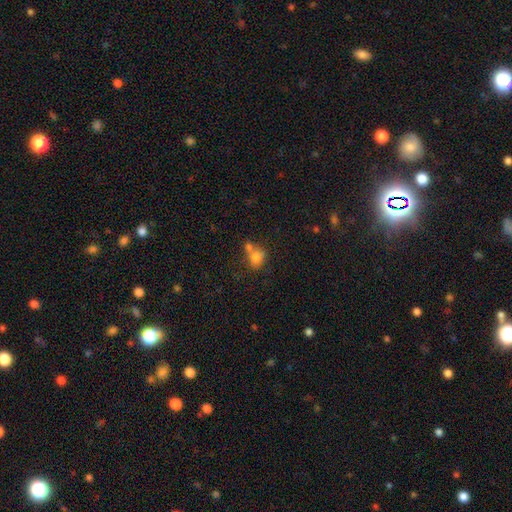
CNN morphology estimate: smooth-or-featured: smooth: 75% | star or artifact: 13% | featured or disk: 12%
  how-rounded: round: 56% | in between: 43% | cigar-shaped: 1%
  merging: merger: 44% | none: 39% | minor disturbance: 12% | major disturbance: 6%